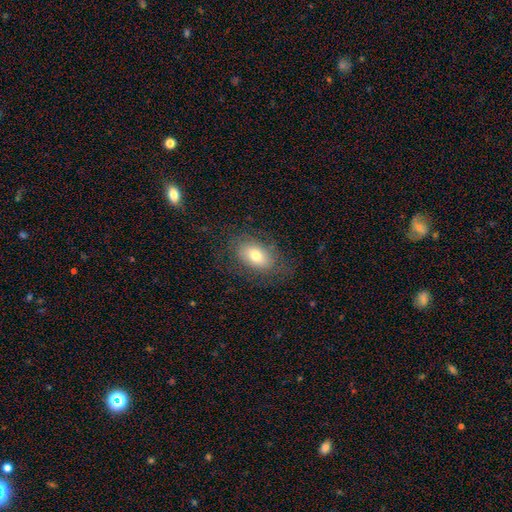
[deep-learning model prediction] Smooth or featured?
  - smooth: 63% *
  - featured or disk: 28%
  - star or artifact: 9%
How rounded?
  - in between: 88% *
  - round: 10%
  - cigar-shaped: 2%
Merging?
  - none: 72% *
  - minor disturbance: 16%
  - major disturbance: 10%
  - merger: 1%